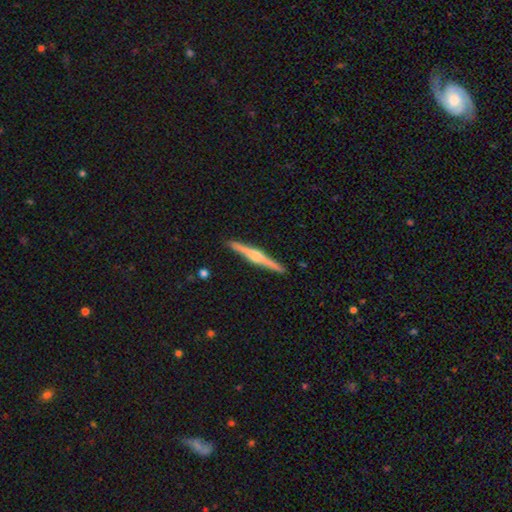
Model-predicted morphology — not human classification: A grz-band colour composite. It shows a featured or disk galaxy (79%) viewed edge-on (99%) with a rounded central bulge (90%). Merging: none (92%).